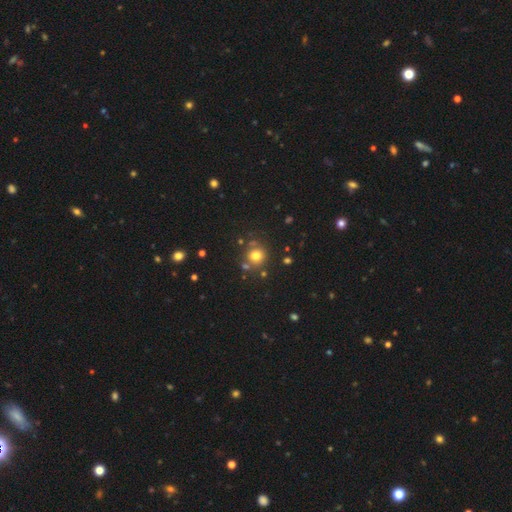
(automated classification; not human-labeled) This is likely a smooth galaxy (74%). How rounded: clearly round (89%). Merging: likely none (74%).